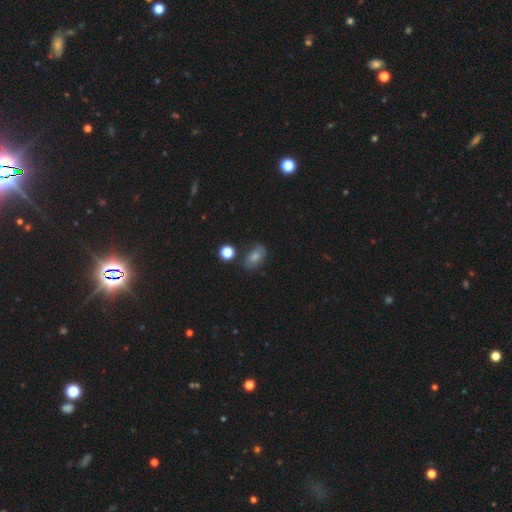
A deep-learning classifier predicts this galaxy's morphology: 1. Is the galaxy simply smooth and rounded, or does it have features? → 63% smooth, 19% star or artifact, 17% featured or disk.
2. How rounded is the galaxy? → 81% in between, 16% round, 3% cigar-shaped.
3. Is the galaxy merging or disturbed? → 75% none, 17% minor disturbance, 4% major disturbance, 4% merger.